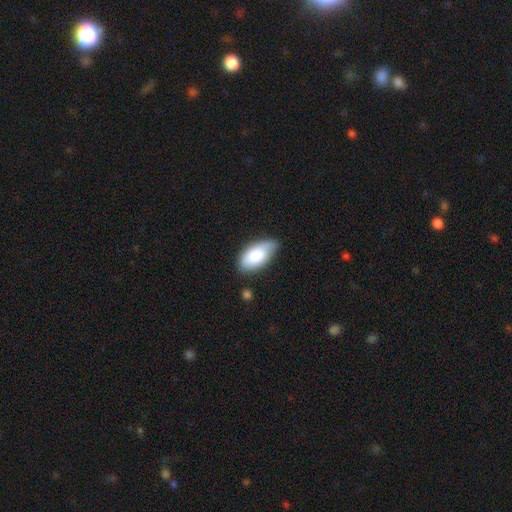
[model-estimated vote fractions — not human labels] This is clearly a smooth galaxy (81%). How rounded: clearly in between (93%). Merging: likely none (70%).